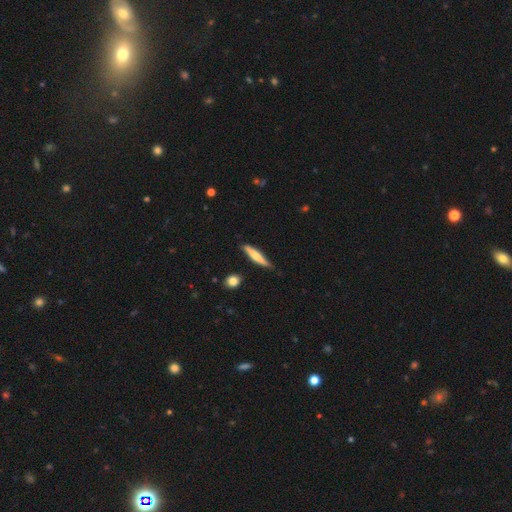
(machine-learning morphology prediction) smooth 59%, featured or disk 35%, star or artifact 6%. Down the decision tree: how rounded — cigar-shaped (90%); merging — none (80%).